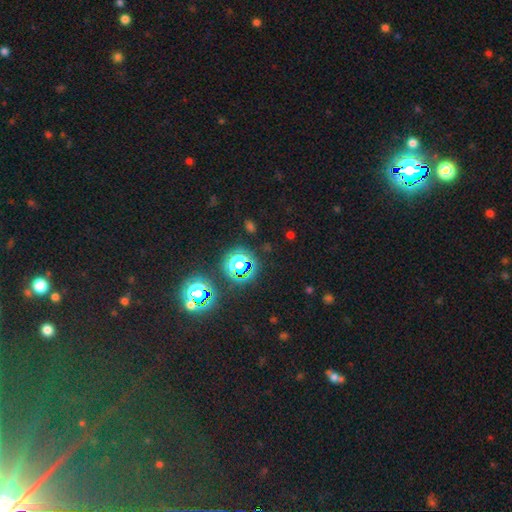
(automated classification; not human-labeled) Morphology: type=star or artifact (71%).